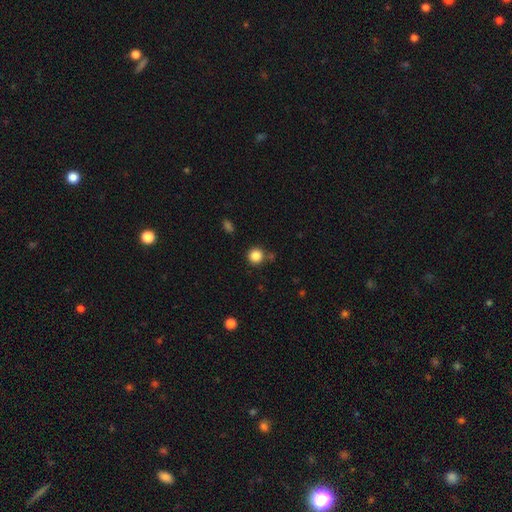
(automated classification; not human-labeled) smooth-or-featured: smooth: 86% | star or artifact: 11% | featured or disk: 4%
  how-rounded: round: 94% | in between: 5% | cigar-shaped: 1%
  merging: none: 81% | minor disturbance: 10% | merger: 7% | major disturbance: 3%